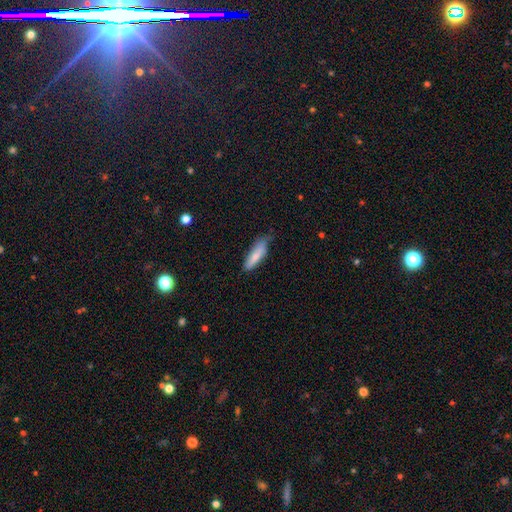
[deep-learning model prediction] Morphology: type=smooth (77%); roundness=cigar-shaped (56%); merging=none (57%).